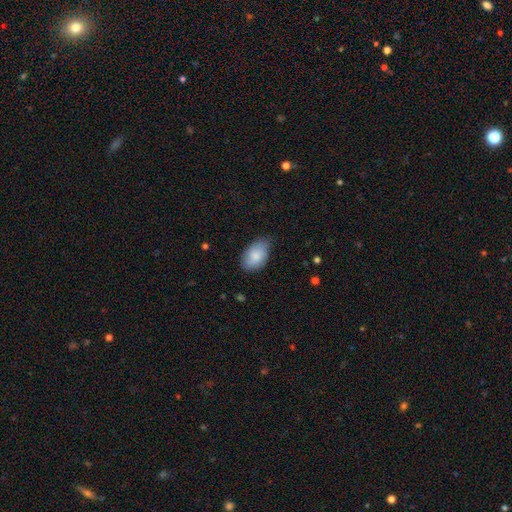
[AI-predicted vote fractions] This appears to be a smooth galaxy with no disk features (82%) that is in between round and cigar-shaped (93%). Merging: none (66%).